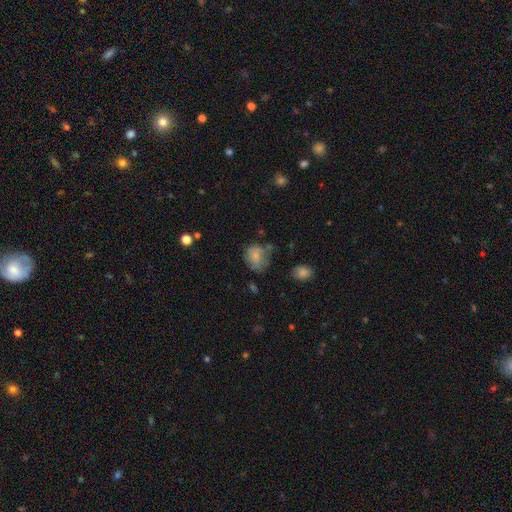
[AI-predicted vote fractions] smooth_or_featured: smooth (p=0.69) [alt: featured or disk p=0.21]
how_rounded: round (p=0.56) [alt: in between p=0.43]
merging: none (p=0.44) [alt: minor disturbance p=0.30]